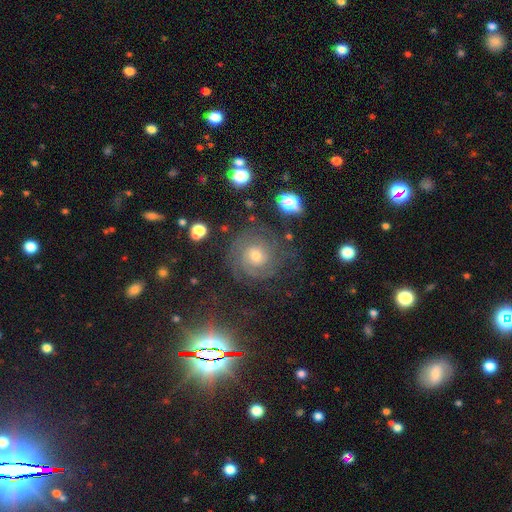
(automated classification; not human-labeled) Smooth or featured?
  - featured or disk: 72% *
  - star or artifact: 14%
  - smooth: 14%
Edge-on disk?
  - no: 97% *
  - yes: 3%
Bar?
  - no: 72% *
  - weak: 23%
  - strong: 5%
Spiral arms?
  - yes: 93% *
  - no: 7%
Spiral winding?
  - tight: 70% *
  - medium: 24%
  - loose: 6%
Spiral arm count?
  - can't tell: 35% *
  - 2: 28%
  - 3: 17%
  - 4: 7%
  - 1: 7%
  - more than 4: 6%
Bulge size?
  - moderate: 49% *
  - small: 45%
  - large: 4%
  - none: 2%
  - dominant: 1%
Merging?
  - none: 74% *
  - minor disturbance: 14%
  - major disturbance: 10%
  - merger: 2%